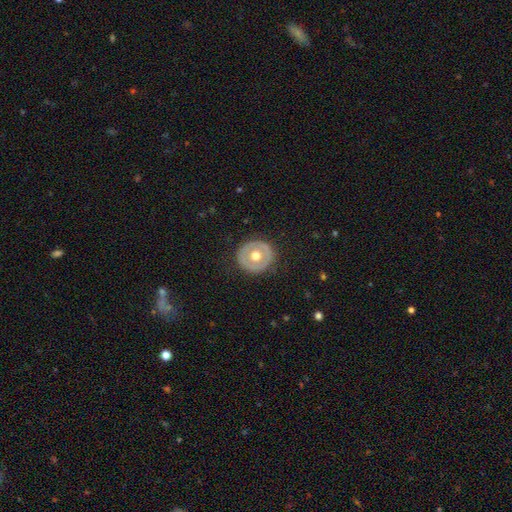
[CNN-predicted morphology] A featured or disk galaxy (47%, tied with smooth).

Vote fractions:
- Smooth or featured? featured or disk: 47% (tied) / smooth: 47% (tied) / star or artifact: 6%
- Merging? none: 87% / minor disturbance: 9% / major disturbance: 3% / merger: 1%